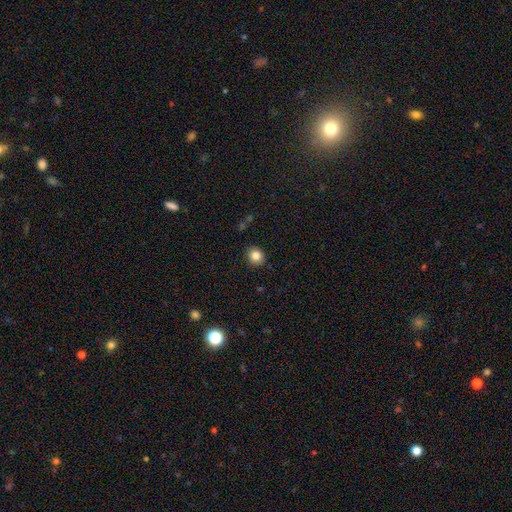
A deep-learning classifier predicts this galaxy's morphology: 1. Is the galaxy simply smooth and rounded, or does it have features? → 84% smooth, 10% star or artifact, 6% featured or disk.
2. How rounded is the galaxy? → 79% round, 21% in between, 1% cigar-shaped.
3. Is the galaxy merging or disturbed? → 89% none, 8% minor disturbance, 2% major disturbance, 1% merger.